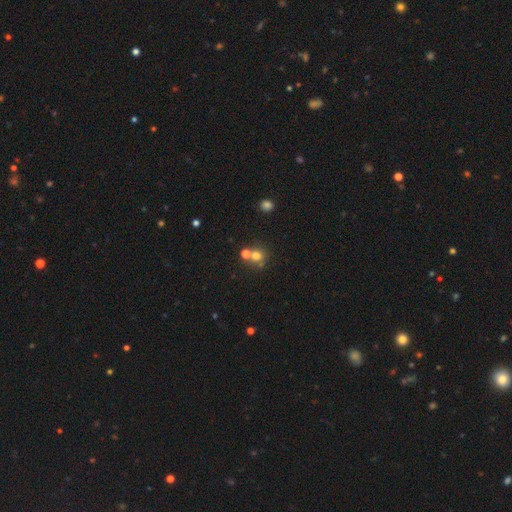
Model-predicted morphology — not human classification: The model was most divided on "merging": none: 51%, merger: 36%, minor disturbance: 8%, major disturbance: 4%. More confident: how rounded — round (84%); smooth or featured — smooth (70%).